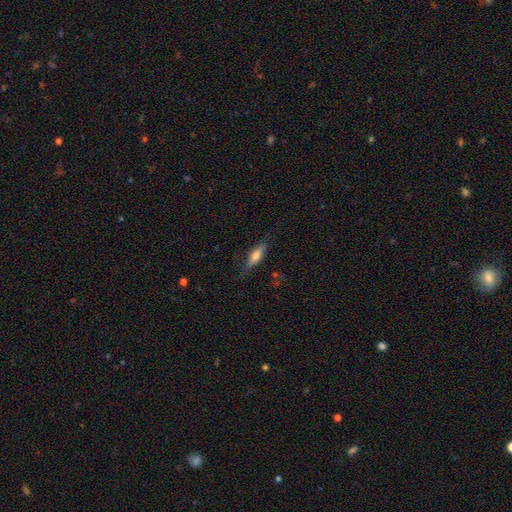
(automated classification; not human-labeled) A smooth galaxy with no disk features (64%) that is cigar-shaped (50%).

Vote fractions:
- Smooth or featured? smooth: 64% / featured or disk: 29% / star or artifact: 7%
- How rounded? cigar-shaped: 50% / in between: 48% / round: 2%
- Merging? none: 74% / minor disturbance: 20% / major disturbance: 5% / merger: 1%